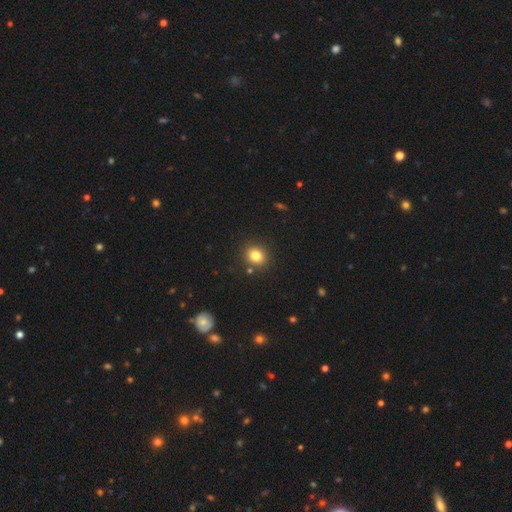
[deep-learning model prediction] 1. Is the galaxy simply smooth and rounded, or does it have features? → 82% smooth, 12% star or artifact, 6% featured or disk.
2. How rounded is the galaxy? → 77% round, 23% in between, 1% cigar-shaped.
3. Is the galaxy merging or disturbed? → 86% none, 8% minor disturbance, 4% merger, 2% major disturbance.